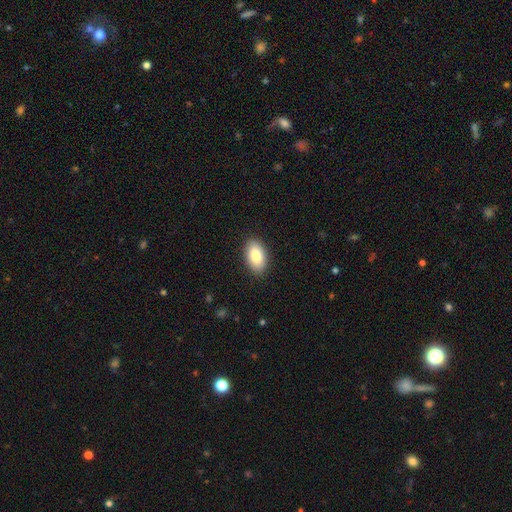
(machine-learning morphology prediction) This is clearly a smooth galaxy (86%). How rounded: clearly in between (94%). Merging: clearly none (88%).